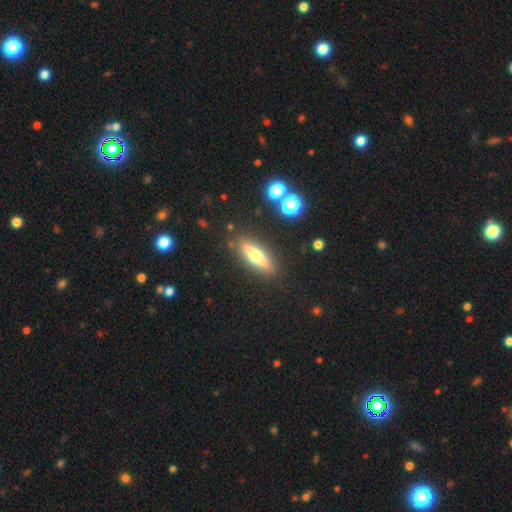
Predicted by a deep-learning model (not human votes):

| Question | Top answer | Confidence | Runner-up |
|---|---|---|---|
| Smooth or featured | smooth | 48% | featured or disk (44%) |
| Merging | none | 86% | minor disturbance (9%) |